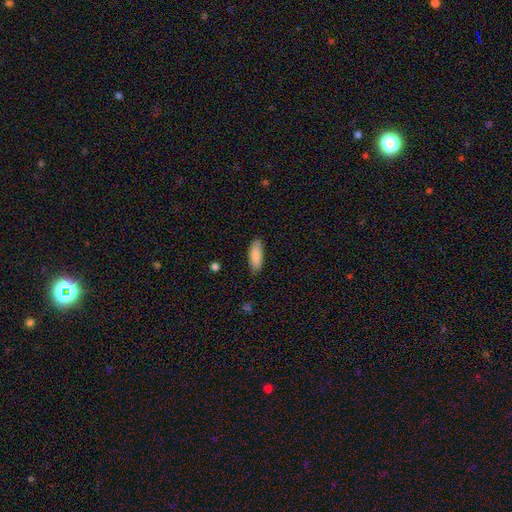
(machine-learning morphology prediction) smooth-or-featured: smooth: 87% | featured or disk: 7% | star or artifact: 6%
  how-rounded: in between: 68% | cigar-shaped: 31% | round: 2%
  merging: none: 82% | minor disturbance: 14% | major disturbance: 2% | merger: 1%